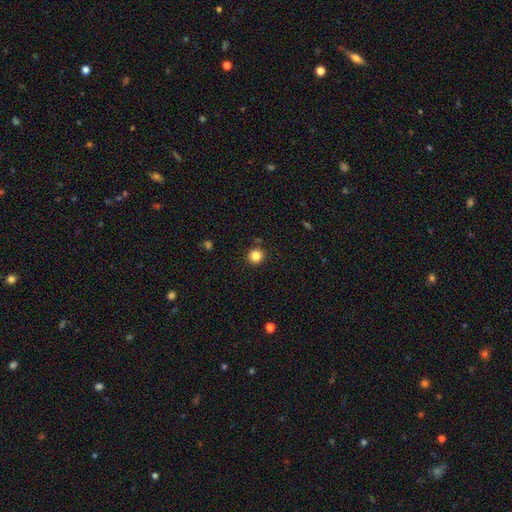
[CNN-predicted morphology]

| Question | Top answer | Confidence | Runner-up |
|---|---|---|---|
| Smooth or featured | smooth | 84% | star or artifact (12%) |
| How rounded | round | 92% | in between (7%) |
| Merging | none | 90% | minor disturbance (6%) |